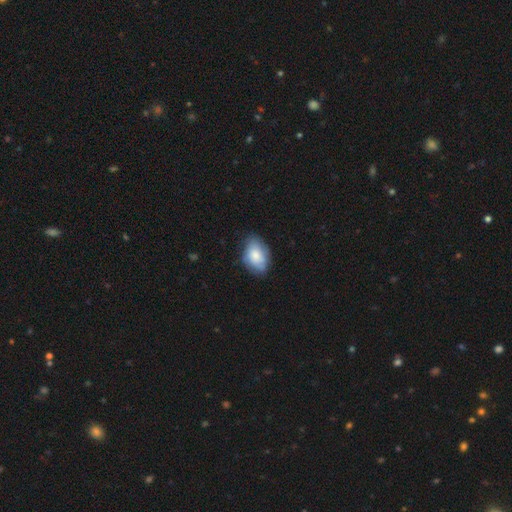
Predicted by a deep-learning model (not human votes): This appears to be a smooth galaxy with no disk features (71%) that is in between round and cigar-shaped (86%). Merging: none (67%).